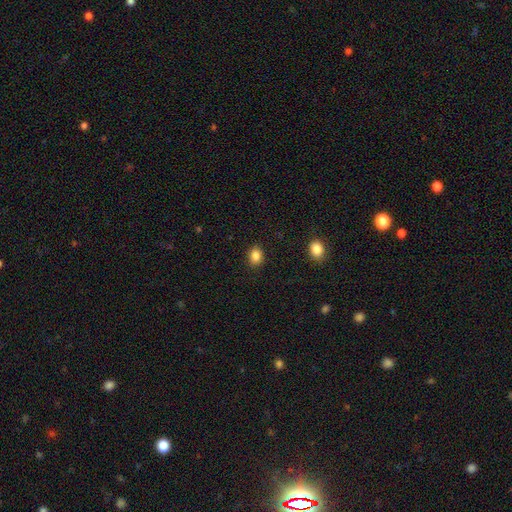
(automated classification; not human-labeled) This is clearly a smooth galaxy (86%). How rounded: possibly in between (60%). Merging: clearly none (89%).